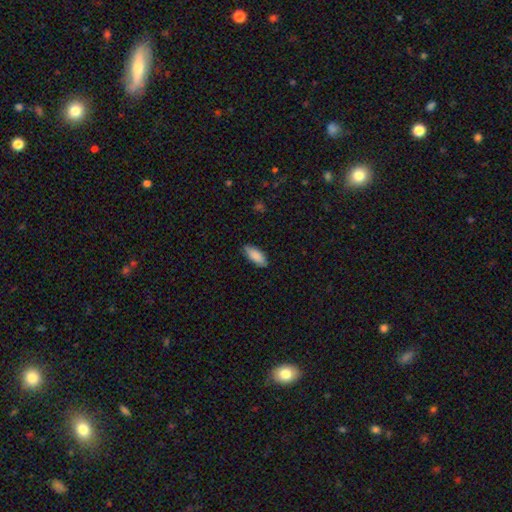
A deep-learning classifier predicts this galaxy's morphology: type=smooth (86%); roundness=in between (80%); merging=none (84%).